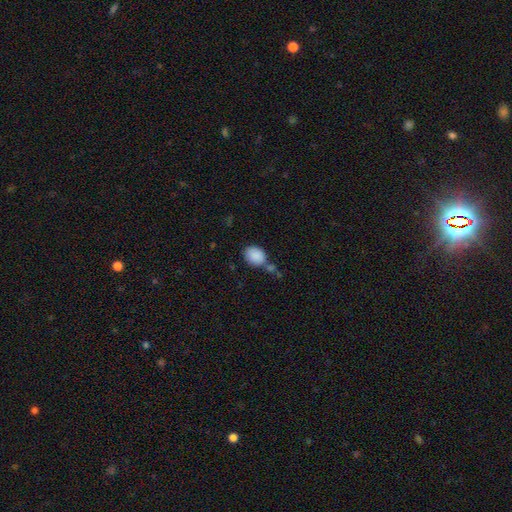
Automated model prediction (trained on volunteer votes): This appears to be a smooth galaxy with no disk features (88%) that is in between round and cigar-shaped (59%). Merging: none (53%).